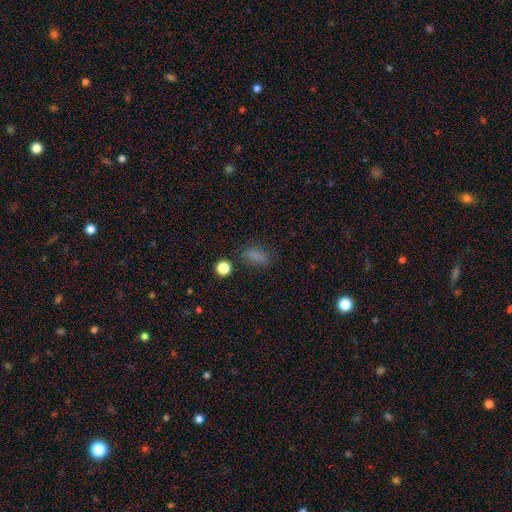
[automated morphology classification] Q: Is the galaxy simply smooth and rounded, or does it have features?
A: smooth — 74%.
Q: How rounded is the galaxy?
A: in between — 76%.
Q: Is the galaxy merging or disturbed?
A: none — 73%.